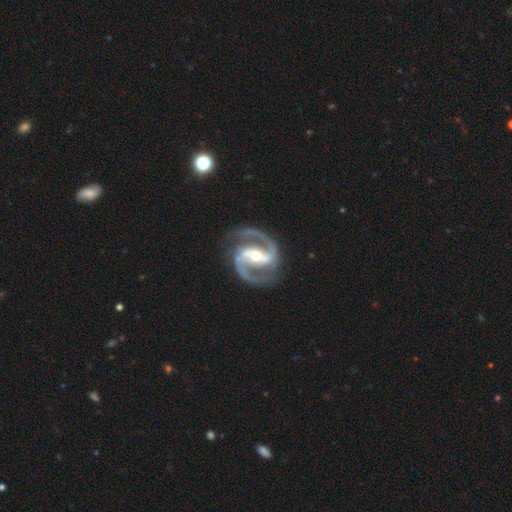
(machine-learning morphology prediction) Smooth or featured? featured or disk (94%)
Edge-on disk? no (98%)
Bar? strong (58%)
Spiral arms? yes (99%)
Spiral winding? medium (67%)
Spiral arm count? 2 (95%)
Bulge size? moderate (67%)
Merging? none (85%)